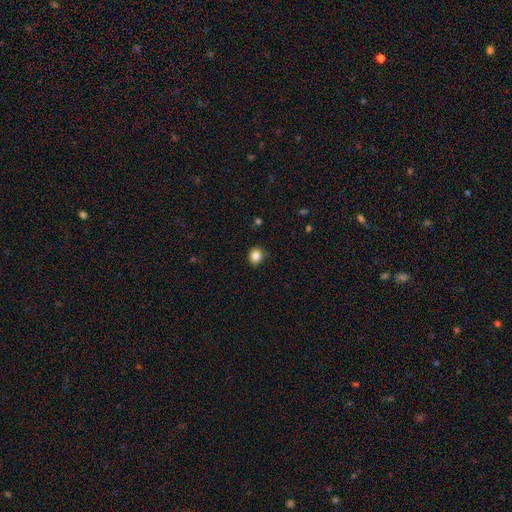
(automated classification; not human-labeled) Smooth or featured?
  - smooth: 84% *
  - star or artifact: 11%
  - featured or disk: 5%
How rounded?
  - round: 85% *
  - in between: 14%
  - cigar-shaped: 1%
Merging?
  - none: 87% *
  - minor disturbance: 10%
  - major disturbance: 2%
  - merger: 1%